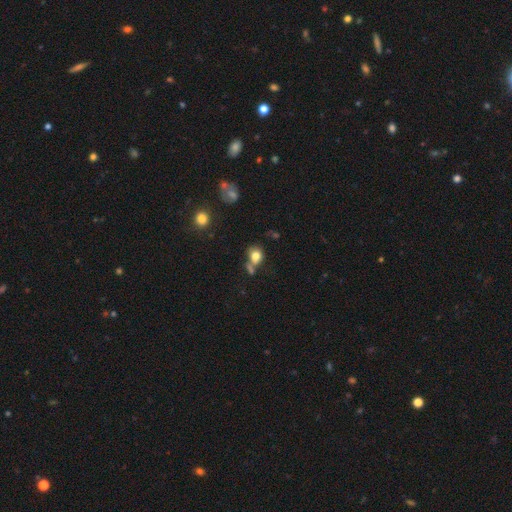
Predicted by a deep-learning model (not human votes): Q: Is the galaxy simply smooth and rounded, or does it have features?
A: smooth — 77%.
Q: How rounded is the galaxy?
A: round — 62%.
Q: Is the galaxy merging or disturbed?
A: none — 46%.